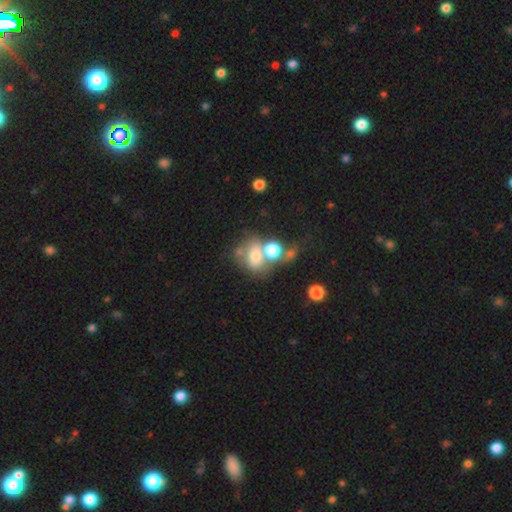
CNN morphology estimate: Smooth or featured?
  - smooth: 63% *
  - featured or disk: 25%
  - star or artifact: 13%
How rounded?
  - in between: 52% *
  - round: 46%
  - cigar-shaped: 1%
Merging?
  - merger: 50% *
  - none: 27%
  - major disturbance: 12%
  - minor disturbance: 12%